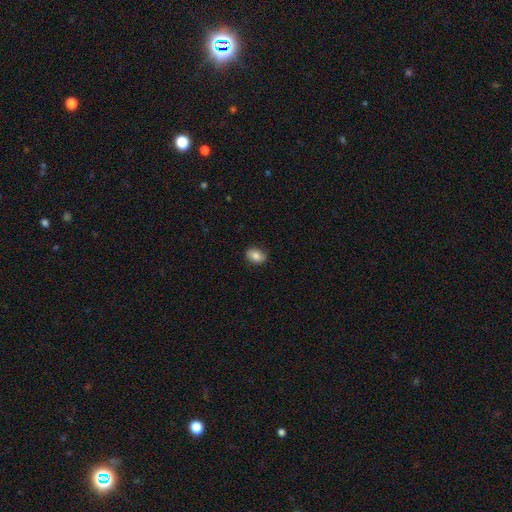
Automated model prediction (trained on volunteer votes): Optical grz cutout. It shows a smooth galaxy with no disk features (78%) that is in between round and cigar-shaped (76%). Merging: none (84%).